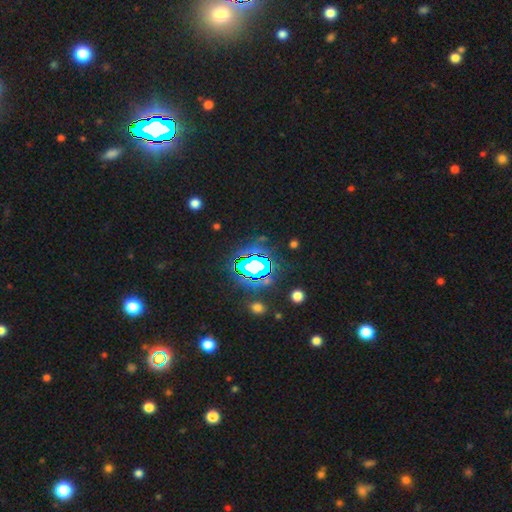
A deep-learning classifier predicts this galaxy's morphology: smooth-or-featured: star or artifact: 75% | smooth: 14% | featured or disk: 10%